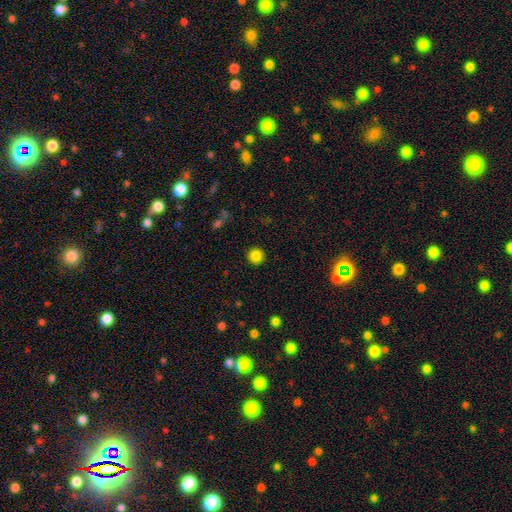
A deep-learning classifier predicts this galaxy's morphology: Overall: smooth (84%). How rounded: round (95%). Merging: none (92%).